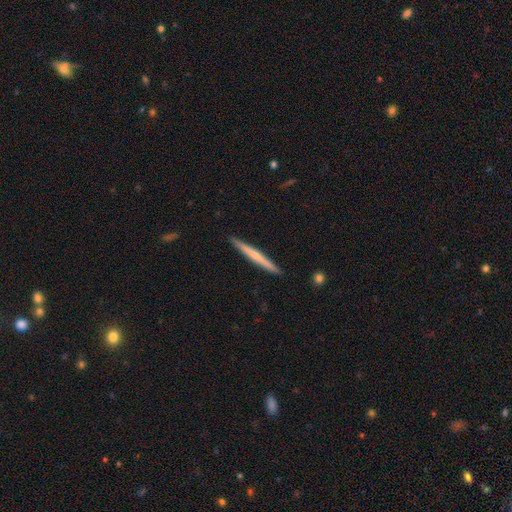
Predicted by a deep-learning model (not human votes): Smooth or featured? smooth (50%)
Merging? none (92%)